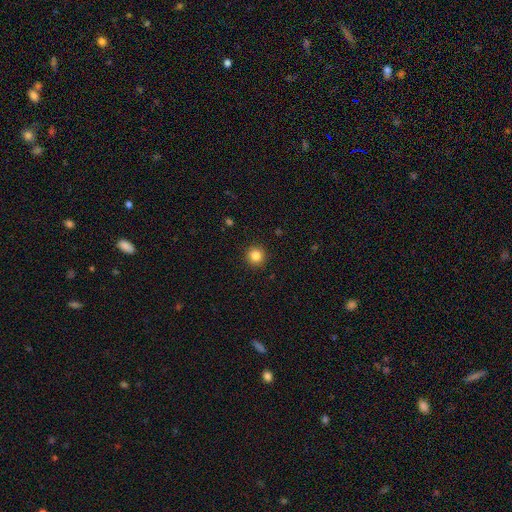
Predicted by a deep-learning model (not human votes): smooth 85%, star or artifact 11%, featured or disk 4%. Down the decision tree: how rounded — round (95%); merging — none (93%).